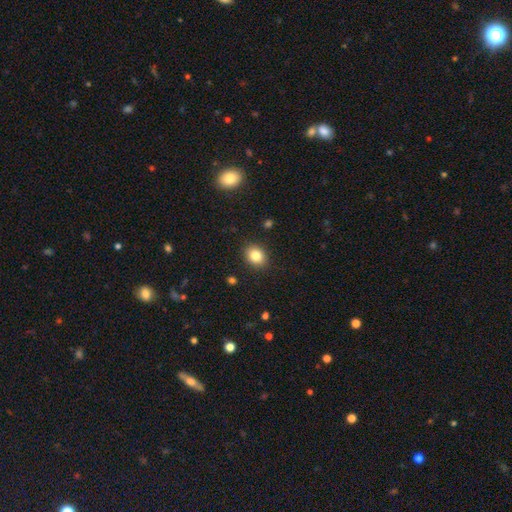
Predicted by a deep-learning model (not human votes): Smooth or featured?
  - smooth: 83% *
  - star or artifact: 10%
  - featured or disk: 7%
How rounded?
  - in between: 51% *
  - round: 48%
  - cigar-shaped: 1%
Merging?
  - none: 89% *
  - minor disturbance: 8%
  - major disturbance: 2%
  - merger: 1%